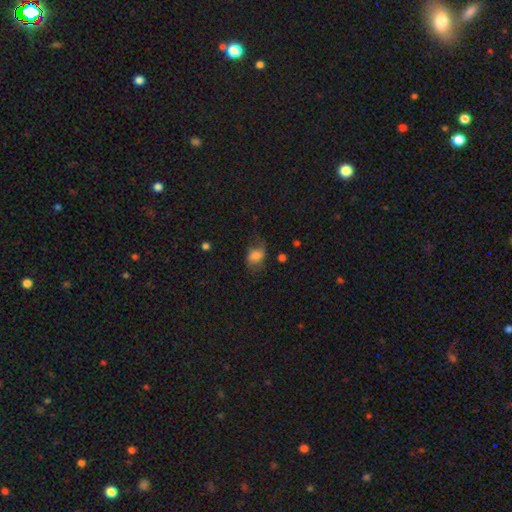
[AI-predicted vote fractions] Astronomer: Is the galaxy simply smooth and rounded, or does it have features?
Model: smooth — 59%.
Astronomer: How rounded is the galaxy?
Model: in between — 70%.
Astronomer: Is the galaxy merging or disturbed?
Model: none — 47% (runner-up: minor disturbance, 27%).